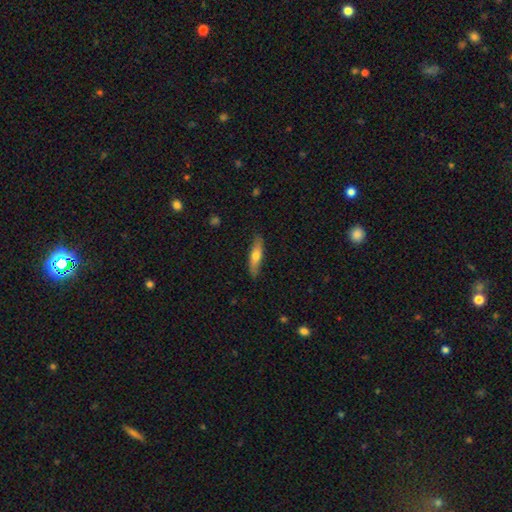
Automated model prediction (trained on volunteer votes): This appears to be a smooth galaxy with no disk features (59%) that is cigar-shaped (71%). Merging: none (86%).